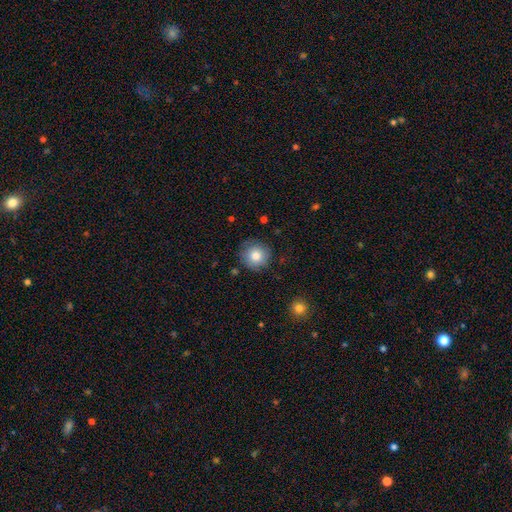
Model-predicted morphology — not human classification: Smooth or featured?
  - smooth: 82% *
  - featured or disk: 9%
  - star or artifact: 9%
How rounded?
  - round: 94% *
  - in between: 5%
  - cigar-shaped: 1%
Merging?
  - none: 84% *
  - minor disturbance: 12%
  - major disturbance: 3%
  - merger: 2%